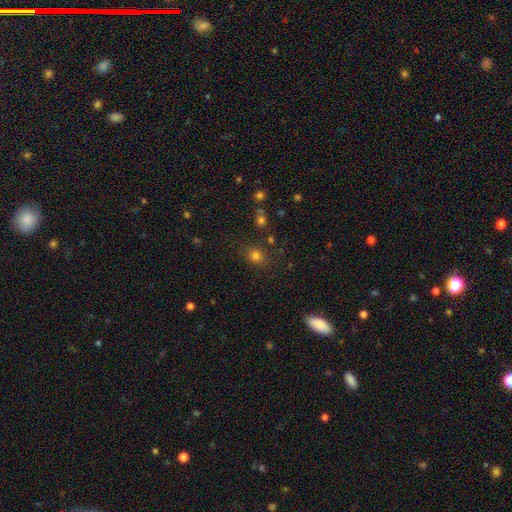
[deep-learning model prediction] This is likely a smooth galaxy (75%). How rounded: likely round (71%). Merging: clearly none (82%).